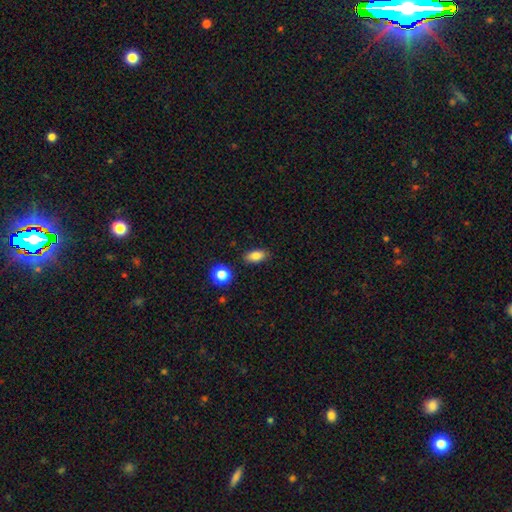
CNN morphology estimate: Smooth or featured: smooth — 84% (star or artifact — 10%)
How rounded: in between — 87% (round — 8%)
Merging: none — 86% (minor disturbance — 9%)